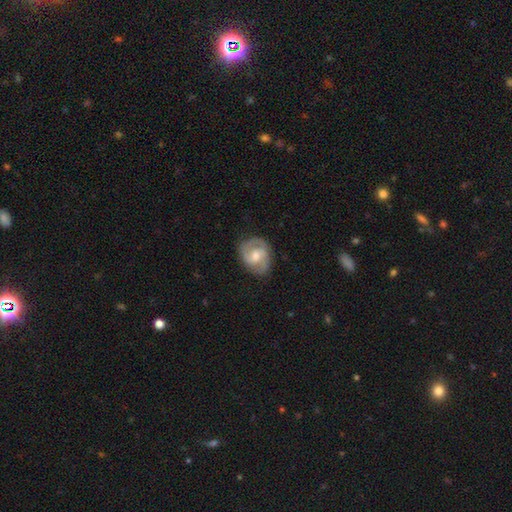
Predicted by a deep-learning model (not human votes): Overall: featured or disk (77%). Edge-on disk: no (97%). Bar: weak (51%; no 37%). Spiral arms: yes (93%). Spiral arm count: 2 (79%). Spiral winding: medium (50%; tight 37%). Bulge size: moderate (62%). Merging: none (79%).